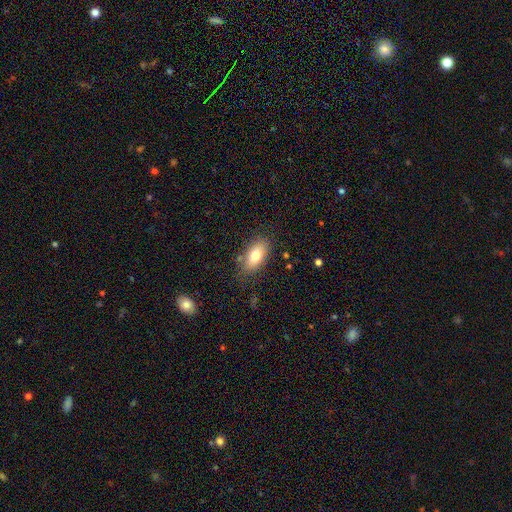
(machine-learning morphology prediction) type=smooth (77%); roundness=in between (89%); merging=none (81%).